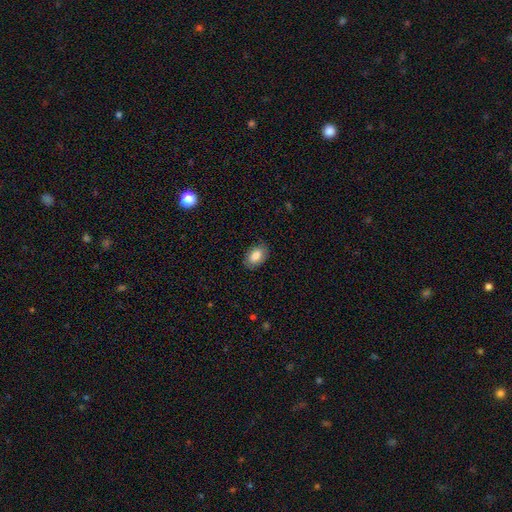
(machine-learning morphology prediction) type=smooth (82%); roundness=in between (89%); merging=none (85%).